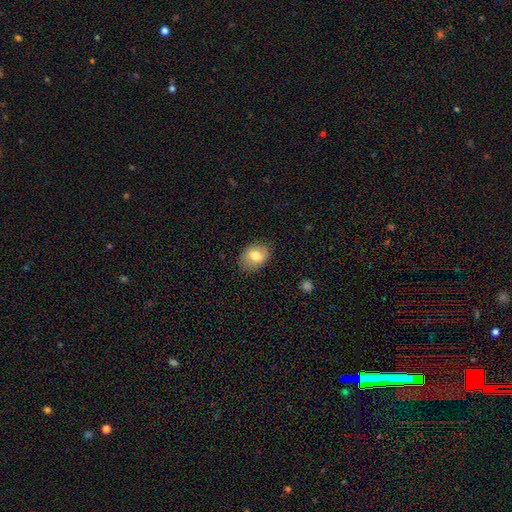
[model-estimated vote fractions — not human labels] smooth_or_featured: smooth (p=0.74) [alt: featured or disk p=0.18]
how_rounded: in between (p=0.69) [alt: round p=0.30]
merging: none (p=0.80) [alt: minor disturbance p=0.15]